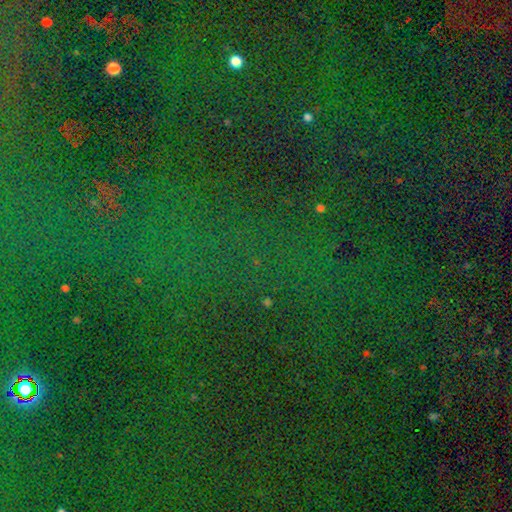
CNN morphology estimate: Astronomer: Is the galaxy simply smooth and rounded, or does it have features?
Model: star or artifact — 82%.